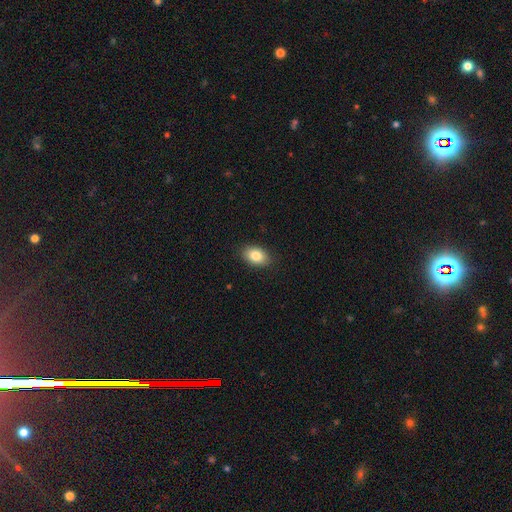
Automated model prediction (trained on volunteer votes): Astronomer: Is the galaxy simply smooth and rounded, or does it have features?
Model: smooth — 84%.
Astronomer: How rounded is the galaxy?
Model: in between — 88%.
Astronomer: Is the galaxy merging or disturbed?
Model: none — 88%.